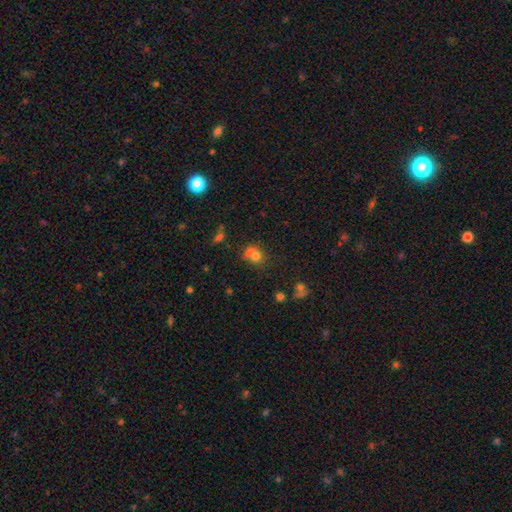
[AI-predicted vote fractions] This is likely a smooth galaxy (70%). How rounded: likely round (73%). Merging: possibly merger (46%).